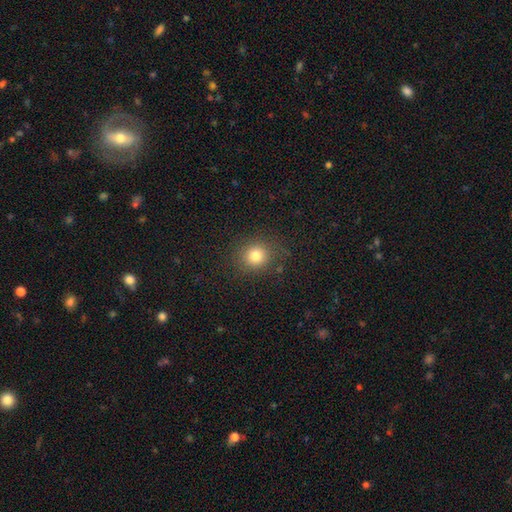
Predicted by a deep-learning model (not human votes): Overall: smooth (80%). How rounded: round (84%). Merging: none (85%).